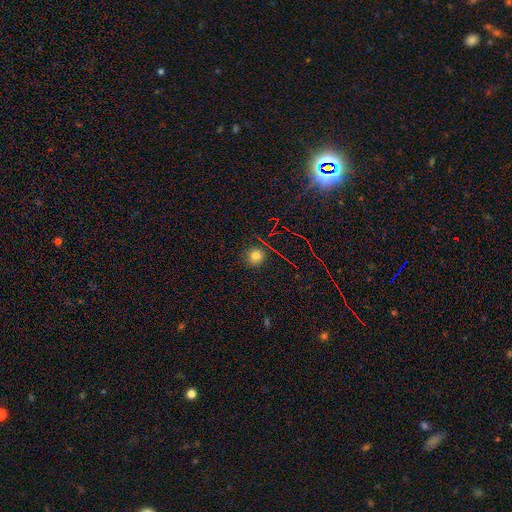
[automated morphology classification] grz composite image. It shows a smooth galaxy with no disk features (73%) that is round (92%). Merging: none (85%).